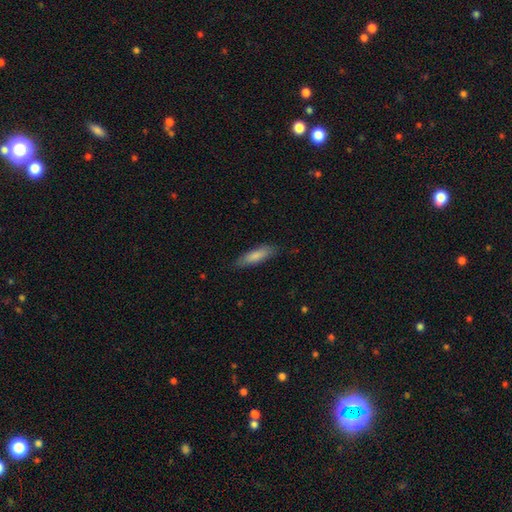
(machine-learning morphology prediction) This appears to be a smooth galaxy with no disk features (82%) that is cigar-shaped (62%). Merging: none (83%).